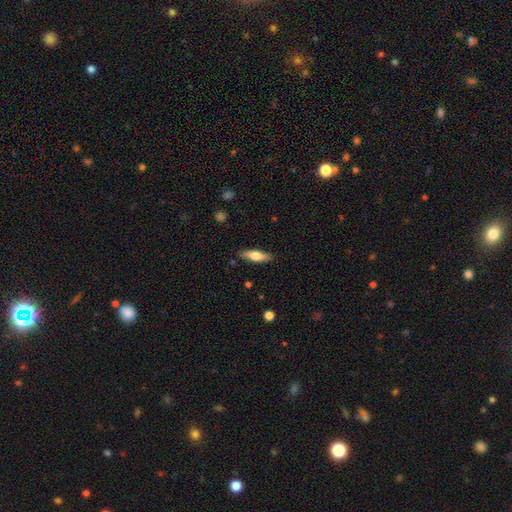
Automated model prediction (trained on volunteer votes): This is likely a smooth galaxy (66%). How rounded: possibly cigar-shaped (53%). Merging: clearly none (86%).